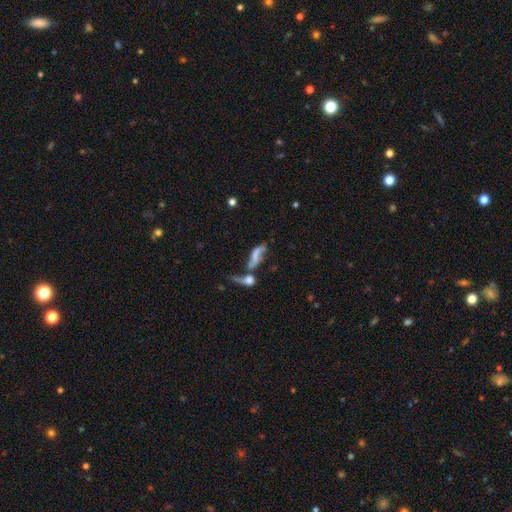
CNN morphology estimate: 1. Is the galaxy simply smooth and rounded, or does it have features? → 58% featured or disk, 31% smooth, 11% star or artifact.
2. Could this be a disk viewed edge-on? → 85% no, 15% yes.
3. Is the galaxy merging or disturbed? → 52% merger, 20% none, 18% major disturbance, 11% minor disturbance.